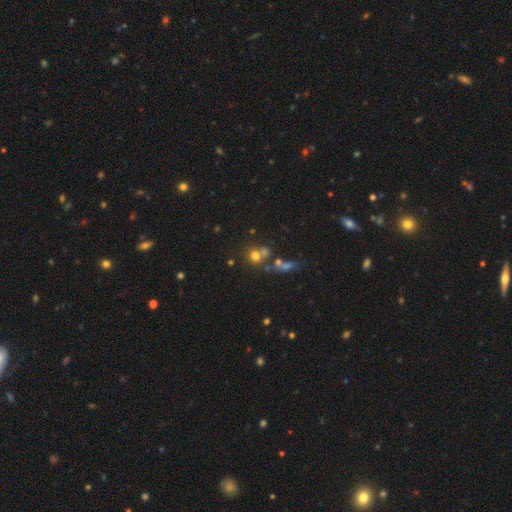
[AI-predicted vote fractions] smooth_or_featured: smooth (p=0.66) [alt: star or artifact p=0.19]
how_rounded: round (p=0.85) [alt: in between p=0.14]
merging: none (p=0.53) [alt: merger p=0.31]